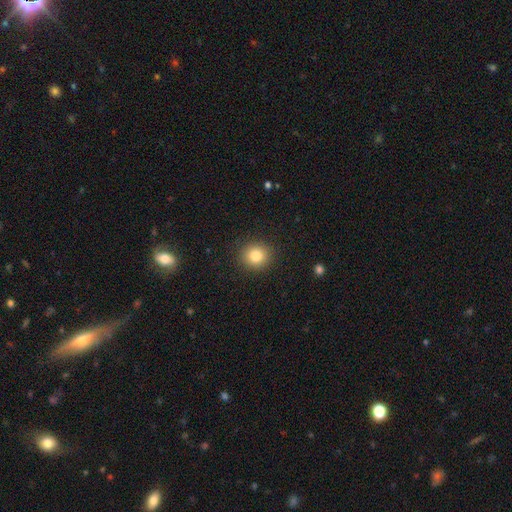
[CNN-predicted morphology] smooth_or_featured: smooth (p=0.81) [alt: star or artifact p=0.11]
how_rounded: round (p=0.85) [alt: in between p=0.14]
merging: none (p=0.90) [alt: minor disturbance p=0.06]